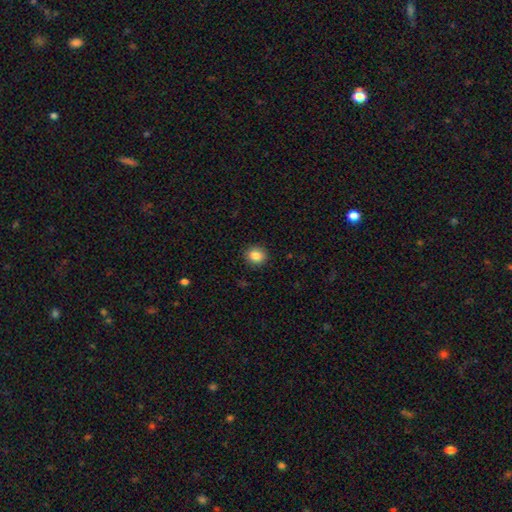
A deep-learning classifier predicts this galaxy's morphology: smooth 86%, star or artifact 9%, featured or disk 5%. Down the decision tree: how rounded — round (76%); merging — none (91%).